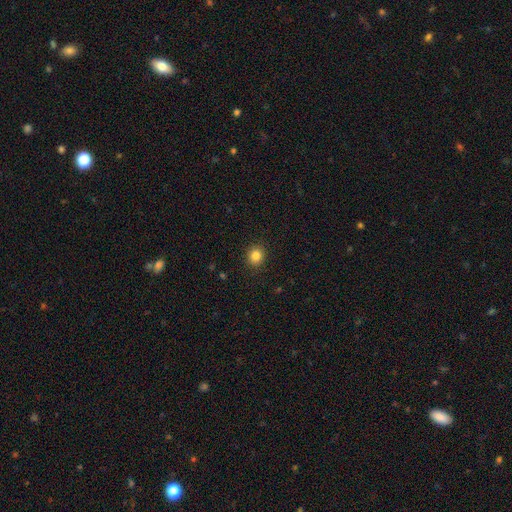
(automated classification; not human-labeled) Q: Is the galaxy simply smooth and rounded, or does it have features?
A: smooth — 84%.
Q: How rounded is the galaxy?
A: round — 82%.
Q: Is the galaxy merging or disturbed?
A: none — 91%.